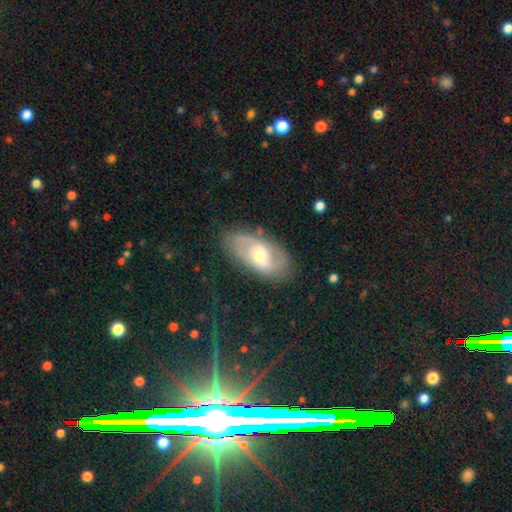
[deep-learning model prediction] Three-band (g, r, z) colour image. It shows a featured or disk galaxy (66%) with a weak bar (43%, tied with no), spiral arms (74%) and a moderate central bulge (62%). Merging: none (75%).